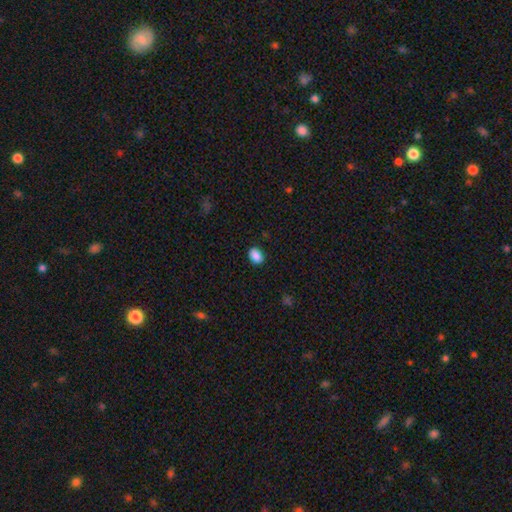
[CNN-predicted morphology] Smooth or featured? Predicted: smooth (p=0.89). How rounded? Predicted: in between (p=0.82). Merging? Predicted: none (p=0.87).